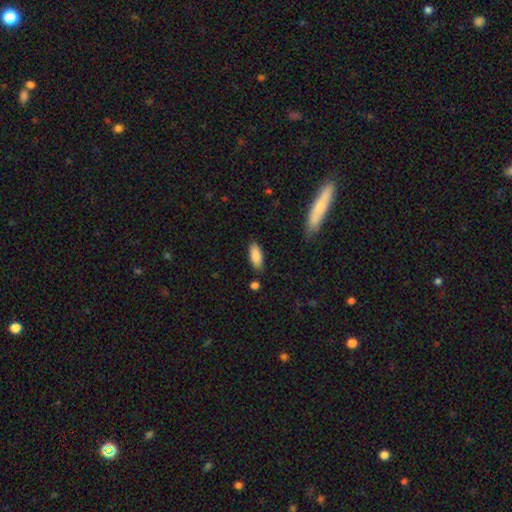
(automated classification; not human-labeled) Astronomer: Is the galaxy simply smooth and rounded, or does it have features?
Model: smooth — 88%.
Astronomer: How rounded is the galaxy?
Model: in between — 80%.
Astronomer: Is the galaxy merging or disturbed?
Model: none — 83%.